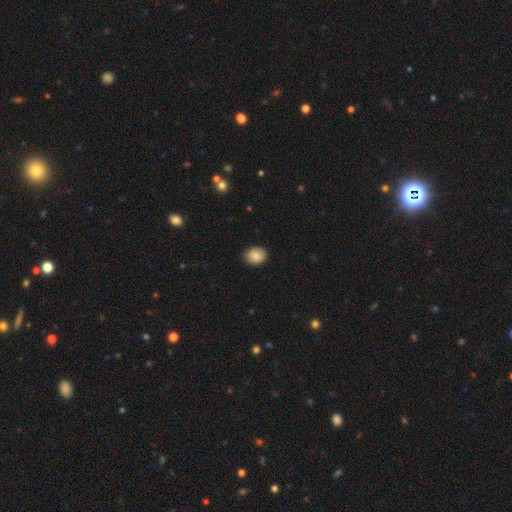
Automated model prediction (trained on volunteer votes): Smooth or featured? Predicted: smooth (p=0.86). How rounded? Predicted: round (p=0.56). Merging? Predicted: none (p=0.87).